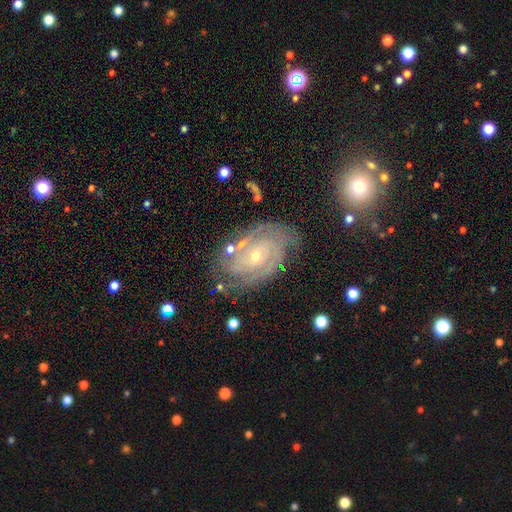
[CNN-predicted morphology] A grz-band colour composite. It shows a featured or disk galaxy (88%) with no bar (61%), 2 (32%) tight (75%) spiral arms (97%) and a small central bulge (63%). Merging: none (73%).